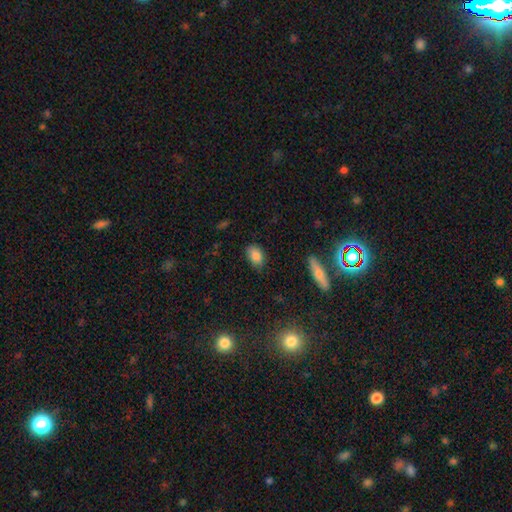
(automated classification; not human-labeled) This is clearly a smooth galaxy (84%). How rounded: clearly in between (83%). Merging: likely none (76%).